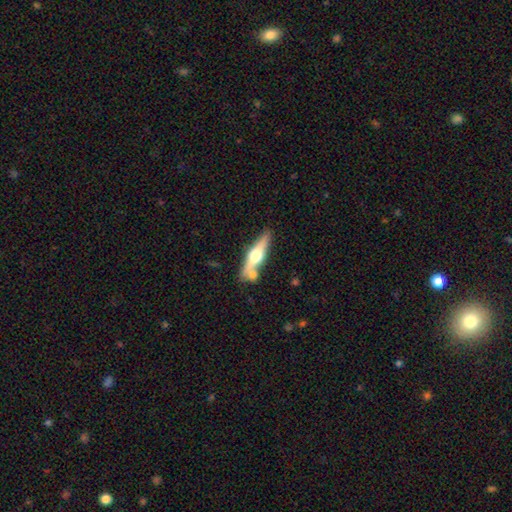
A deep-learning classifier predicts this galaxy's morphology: featured or disk 60%, smooth 35%, star or artifact 5%. Down the decision tree: edge-on disk — yes (93%); edge-on bulge — rounded (95%); merging — none (70%).